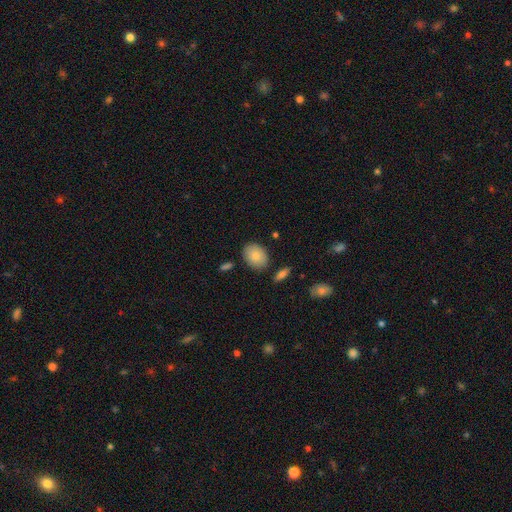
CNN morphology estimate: Overall: smooth (83%). How rounded: in between (73%). Merging: none (83%).